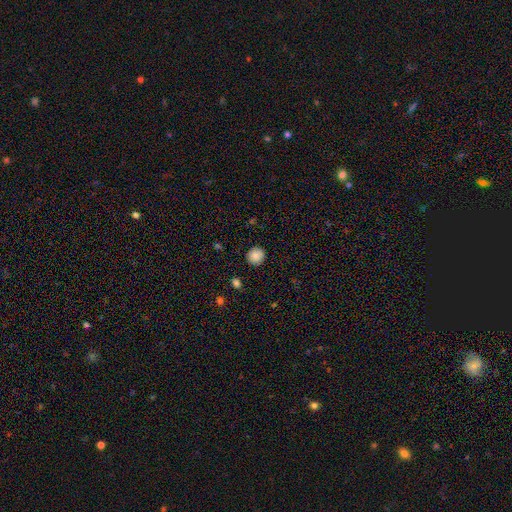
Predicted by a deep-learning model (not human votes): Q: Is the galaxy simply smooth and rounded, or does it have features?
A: smooth — 87%.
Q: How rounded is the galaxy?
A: round — 92%.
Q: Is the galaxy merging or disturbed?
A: none — 90%.